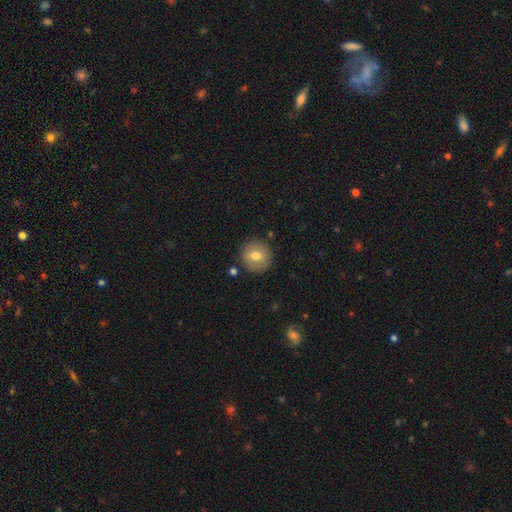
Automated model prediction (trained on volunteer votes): Smooth or featured: smooth — 72% (featured or disk — 20%)
How rounded: round — 93% (in between — 6%)
Merging: none — 87% (minor disturbance — 8%)